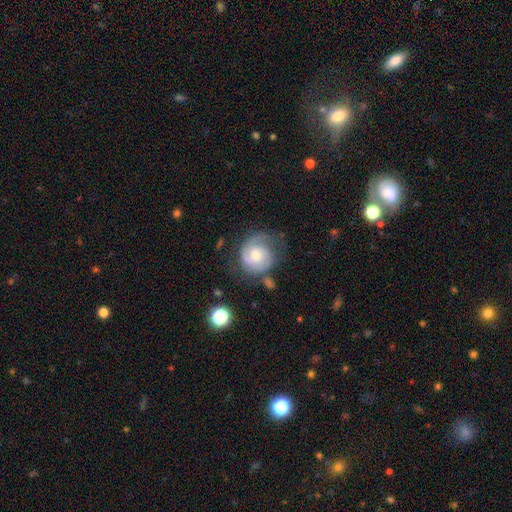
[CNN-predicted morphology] Overall: featured or disk (74%). Edge-on disk: no (98%). Bar: no (66%; weak 30%). Spiral arms: yes (94%). Spiral arm count: 2 (62%). Spiral winding: tight (53%; medium 36%). Bulge size: moderate (51%; small 41%). Merging: none (59%; minor disturbance 23%).